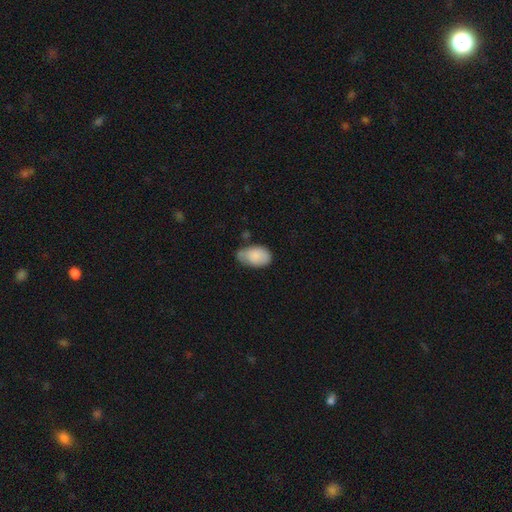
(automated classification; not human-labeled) This is clearly a smooth galaxy (84%). How rounded: clearly in between (92%). Merging: possibly none (48%).